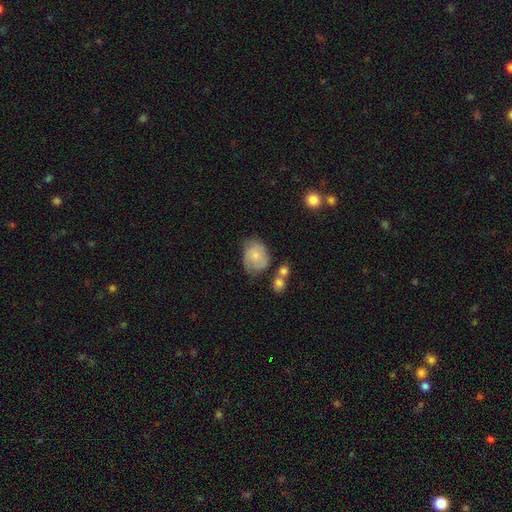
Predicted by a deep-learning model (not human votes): Smooth or featured? smooth (60%)
How rounded? in between (50%)
Merging? none (51%)